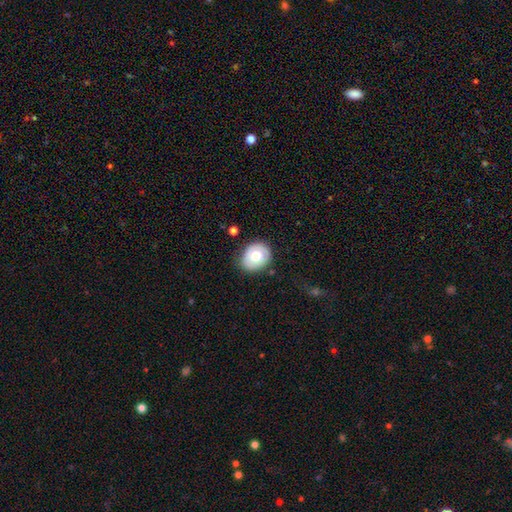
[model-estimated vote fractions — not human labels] Smooth or featured?
  - smooth: 66% *
  - featured or disk: 26%
  - star or artifact: 8%
How rounded?
  - round: 58% *
  - in between: 41%
  - cigar-shaped: 1%
Merging?
  - none: 78% *
  - minor disturbance: 16%
  - major disturbance: 4%
  - merger: 2%